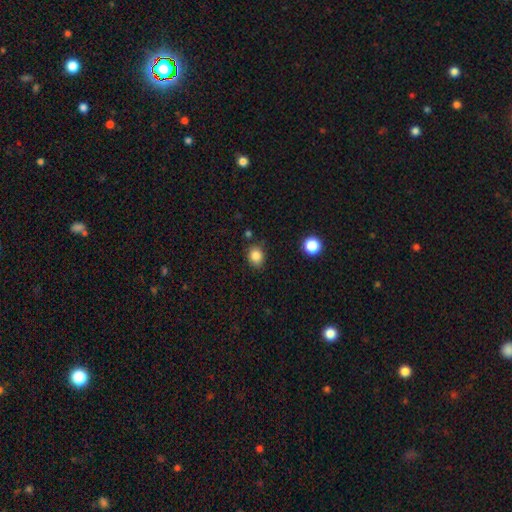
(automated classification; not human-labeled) Q: Smooth or featured?
A: smooth (85%); runner-up: star or artifact (11%)
Q: How rounded?
A: round (60%); runner-up: in between (39%)
Q: Merging?
A: none (81%); runner-up: minor disturbance (13%)